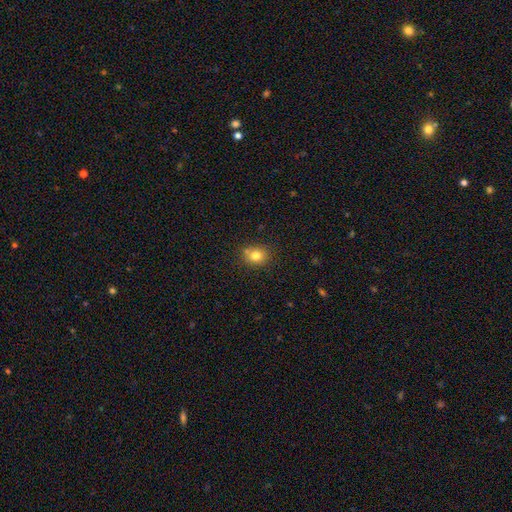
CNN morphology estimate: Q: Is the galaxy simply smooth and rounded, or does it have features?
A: smooth — 78%.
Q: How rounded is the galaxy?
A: round — 65%.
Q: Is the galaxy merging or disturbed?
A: none — 69%.